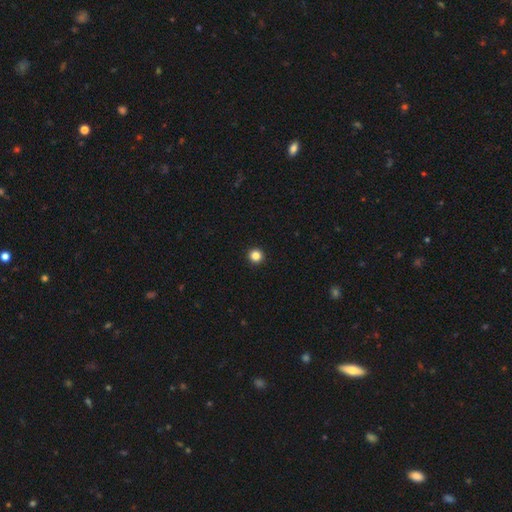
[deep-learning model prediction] smooth-or-featured: smooth: 84% | star or artifact: 12% | featured or disk: 4%
  how-rounded: round: 97% | in between: 2% | cigar-shaped: 1%
  merging: none: 94% | minor disturbance: 3% | major disturbance: 1% | merger: 1%